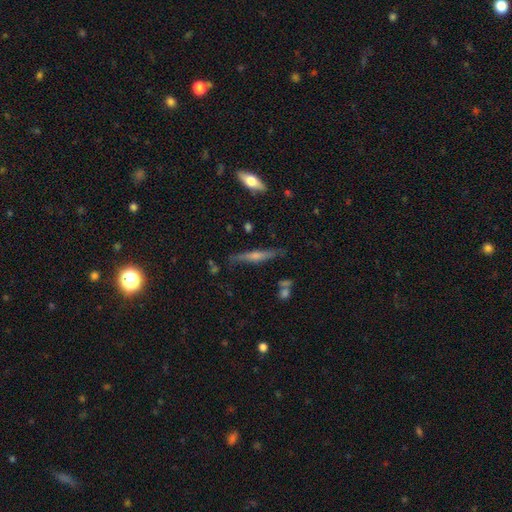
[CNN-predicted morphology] Smooth or featured? Predicted: featured or disk (p=0.63). Edge-on disk? Predicted: yes (p=0.93). Edge-on bulge? Predicted: rounded (p=0.75). Merging? Predicted: none (p=0.78).